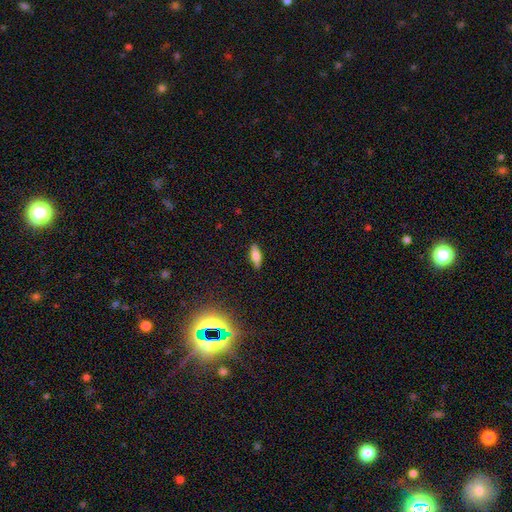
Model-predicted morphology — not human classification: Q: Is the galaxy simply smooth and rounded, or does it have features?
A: smooth — 68%.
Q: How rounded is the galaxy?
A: in between — 64%.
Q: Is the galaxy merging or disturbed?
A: none — 87%.